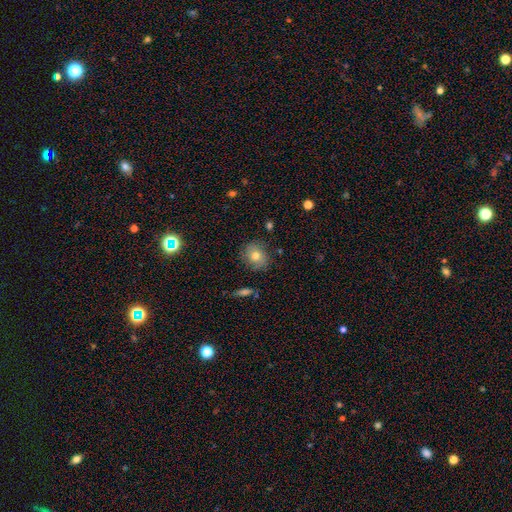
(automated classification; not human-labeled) Q: Smooth or featured?
A: smooth (69%); runner-up: featured or disk (20%)
Q: How rounded?
A: round (72%); runner-up: in between (27%)
Q: Merging?
A: none (80%); runner-up: minor disturbance (15%)